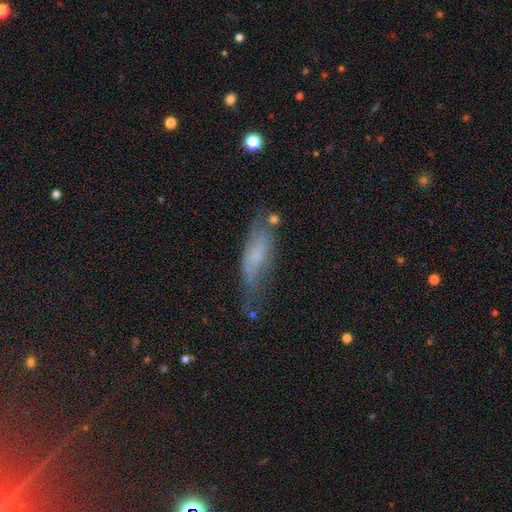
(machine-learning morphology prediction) This is possibly a smooth galaxy (47%). Merging: possibly none (53%).